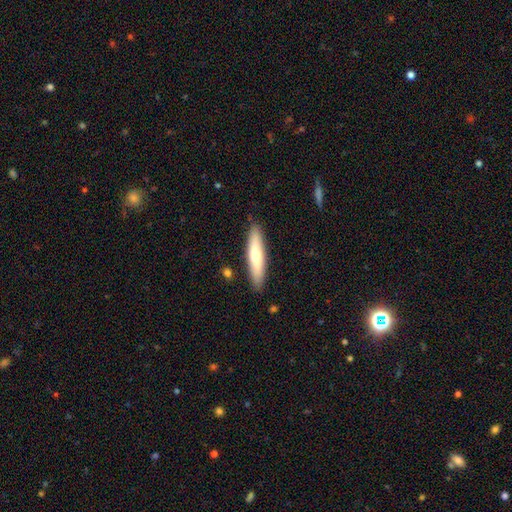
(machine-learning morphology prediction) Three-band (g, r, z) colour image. It shows a smooth galaxy with no disk features (59%) that is cigar-shaped (81%). Merging: none (88%).